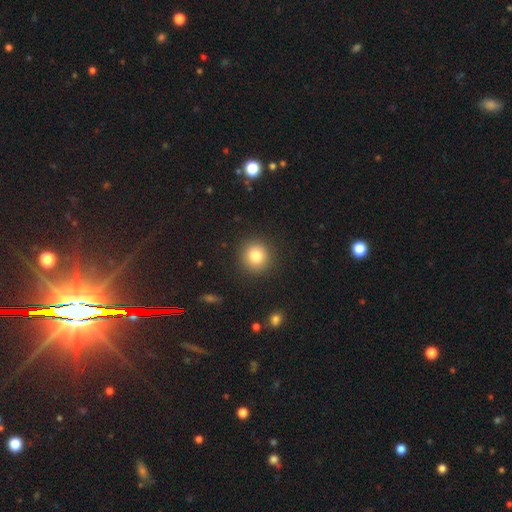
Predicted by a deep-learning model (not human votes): Morphology: type=smooth (82%); roundness=round (92%); merging=none (91%).